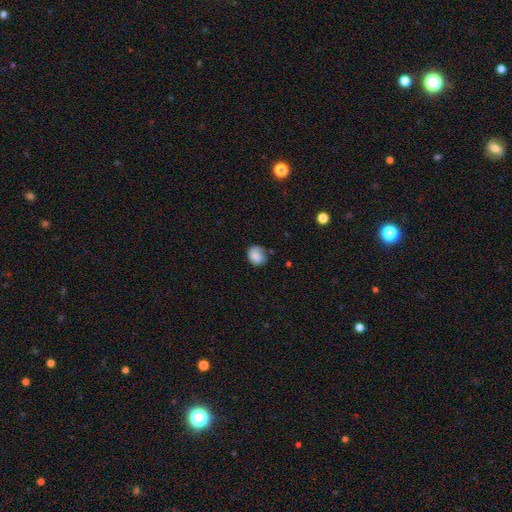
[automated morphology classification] smooth-or-featured: smooth: 83% | featured or disk: 9% | star or artifact: 8%
  how-rounded: round: 71% | in between: 29% | cigar-shaped: 1%
  merging: none: 67% | minor disturbance: 25% | major disturbance: 5% | merger: 2%